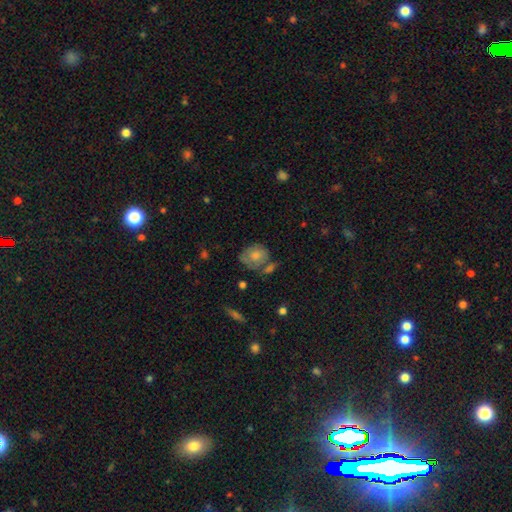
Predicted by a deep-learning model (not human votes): smooth 64%, featured or disk 29%, star or artifact 7%. Down the decision tree: how rounded — round (57%); merging — none (44%).